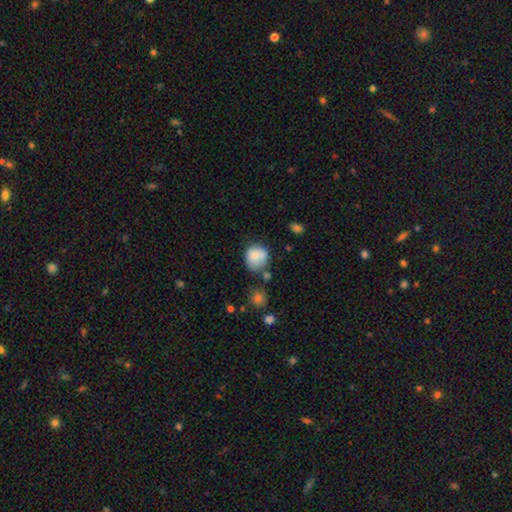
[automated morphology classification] Smooth or featured? smooth (76%)
How rounded? round (78%)
Merging? none (54%)